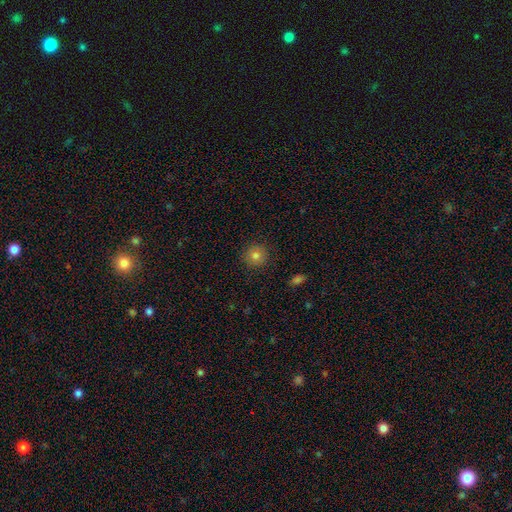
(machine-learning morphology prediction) A smooth galaxy with no disk features (81%) that is round (94%).

Vote fractions:
- Smooth or featured? smooth: 81% / star or artifact: 11% / featured or disk: 8%
- How rounded? round: 94% / in between: 5% / cigar-shaped: 1%
- Merging? none: 91% / minor disturbance: 6% / major disturbance: 2% / merger: 1%